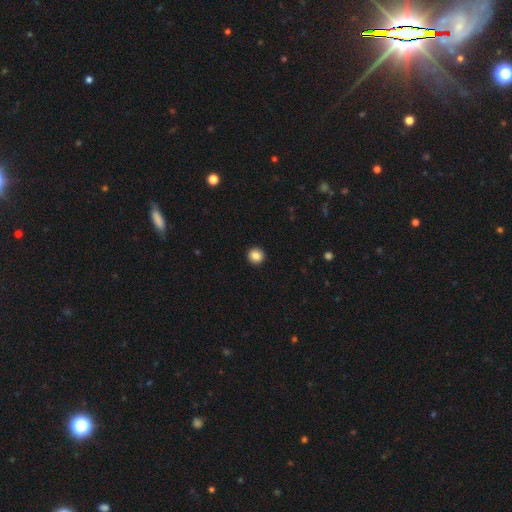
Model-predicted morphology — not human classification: smooth-or-featured: smooth: 86% | star or artifact: 9% | featured or disk: 5%
  how-rounded: round: 94% | in between: 5% | cigar-shaped: 1%
  merging: none: 94% | minor disturbance: 4% | major disturbance: 1% | merger: 1%